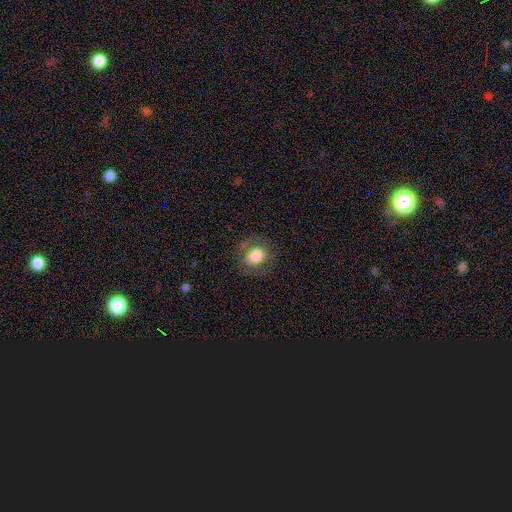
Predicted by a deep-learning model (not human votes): This is likely a smooth galaxy (75%). How rounded: likely round (66%). Merging: likely none (80%).